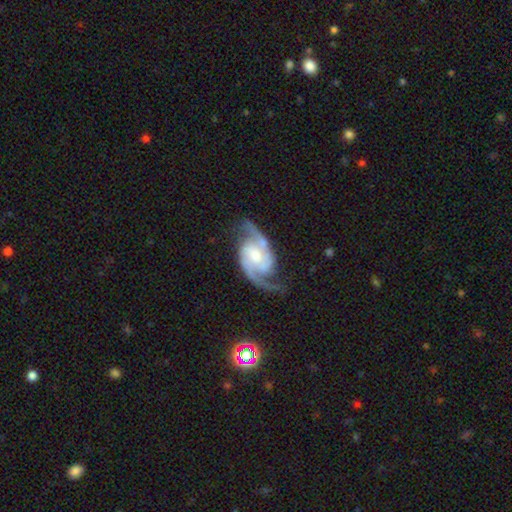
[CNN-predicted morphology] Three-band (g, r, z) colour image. It shows a featured or disk galaxy (92%) with no bar (46%), 2 (93%) medium (58%) spiral arms (98%) and a moderate central bulge (55%). Merging: none (76%).